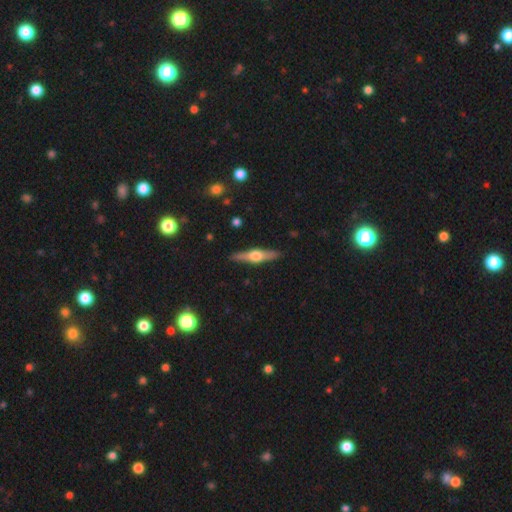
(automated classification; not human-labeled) Overall: featured or disk (66%; smooth 28%). Edge-on disk: yes (96%). Edge-on bulge: rounded (94%). Merging: none (90%).